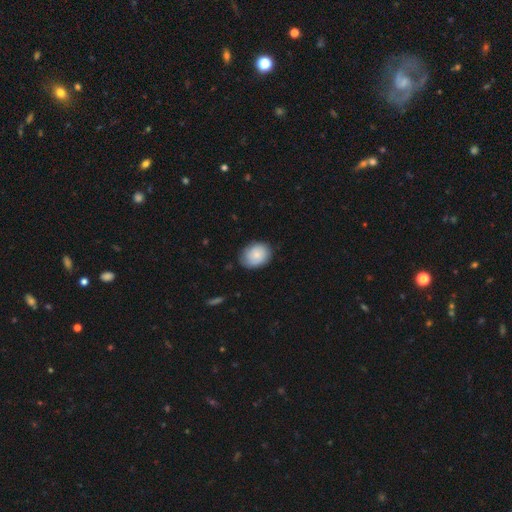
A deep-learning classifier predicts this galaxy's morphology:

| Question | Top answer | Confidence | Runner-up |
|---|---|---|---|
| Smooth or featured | smooth | 76% | featured or disk (17%) |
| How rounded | in between | 56% | round (43%) |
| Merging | none | 75% | minor disturbance (20%) |